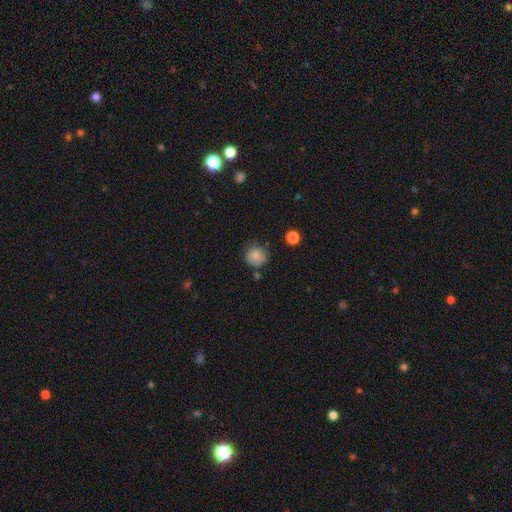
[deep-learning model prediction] Q: Smooth or featured?
A: smooth (82%); runner-up: star or artifact (9%)
Q: How rounded?
A: round (88%); runner-up: in between (11%)
Q: Merging?
A: none (72%); runner-up: minor disturbance (20%)